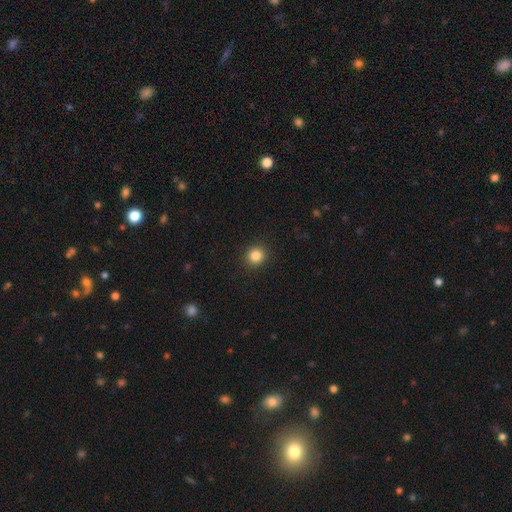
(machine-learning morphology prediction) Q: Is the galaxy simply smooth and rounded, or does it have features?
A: smooth — 85%.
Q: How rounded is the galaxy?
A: round — 89%.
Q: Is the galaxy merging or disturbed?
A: none — 92%.